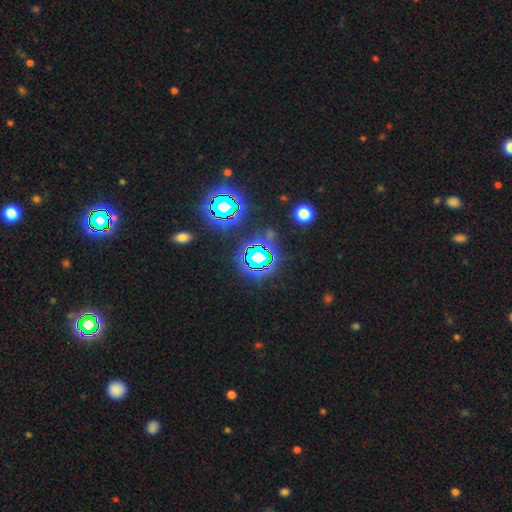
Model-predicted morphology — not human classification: The model was most divided on "smooth or featured": star or artifact: 75%, smooth: 14%, featured or disk: 10%.